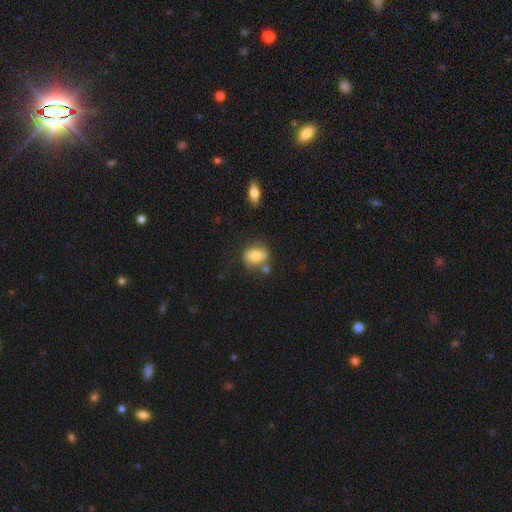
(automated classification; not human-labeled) Overall: smooth (67%). How rounded: round (53%; in between 45%). Merging: none (67%).